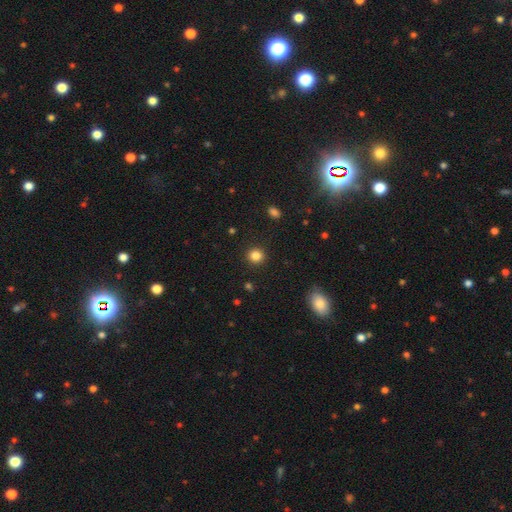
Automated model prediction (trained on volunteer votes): Smooth or featured?
  - smooth: 85% *
  - star or artifact: 12%
  - featured or disk: 4%
How rounded?
  - round: 88% *
  - in between: 11%
  - cigar-shaped: 1%
Merging?
  - none: 91% *
  - minor disturbance: 5%
  - major disturbance: 2%
  - merger: 1%